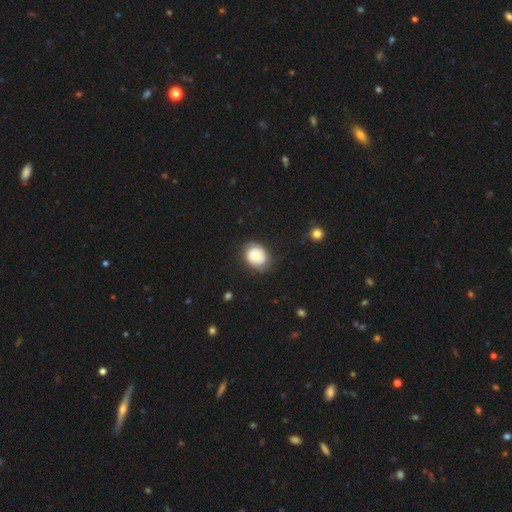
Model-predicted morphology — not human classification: Smooth or featured? smooth (56%)
How rounded? round (57%)
Merging? none (76%)